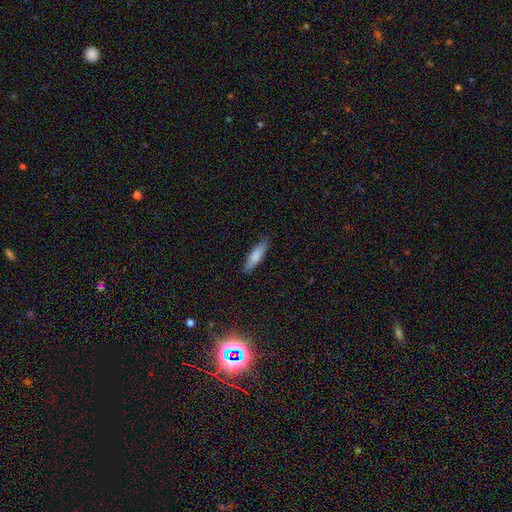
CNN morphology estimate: A smooth galaxy with no disk features (78%) that is cigar-shaped (70%).

Vote fractions:
- Smooth or featured? smooth: 78% / featured or disk: 16% / star or artifact: 6%
- How rounded? cigar-shaped: 70% / in between: 28% / round: 1%
- Merging? none: 86% / minor disturbance: 11% / major disturbance: 2% / merger: 1%